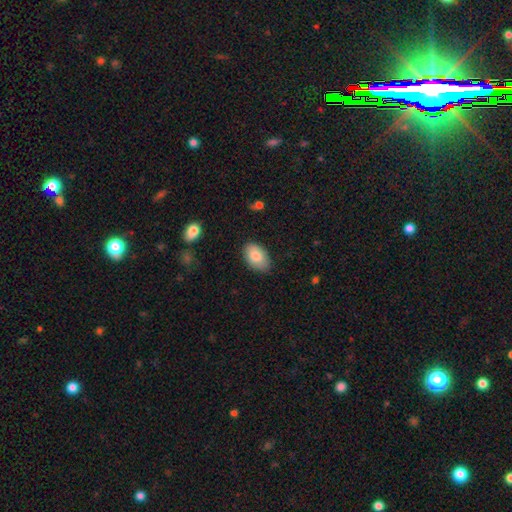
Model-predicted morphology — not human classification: This is clearly a smooth galaxy (83%). How rounded: clearly in between (91%). Merging: likely none (80%).